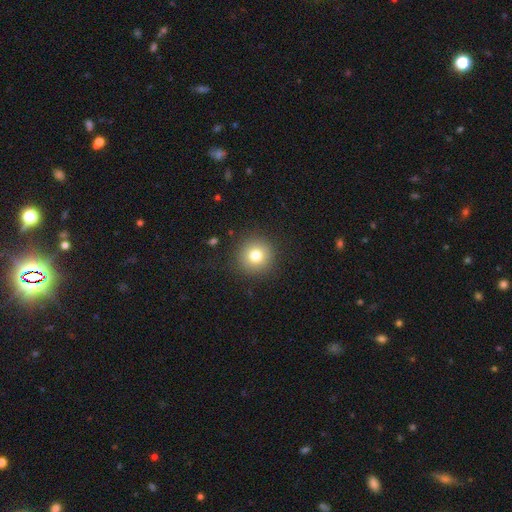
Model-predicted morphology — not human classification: The model was most divided on "smooth or featured": smooth: 78%, star or artifact: 12%, featured or disk: 10%. More confident: how rounded — round (94%); merging — none (90%).